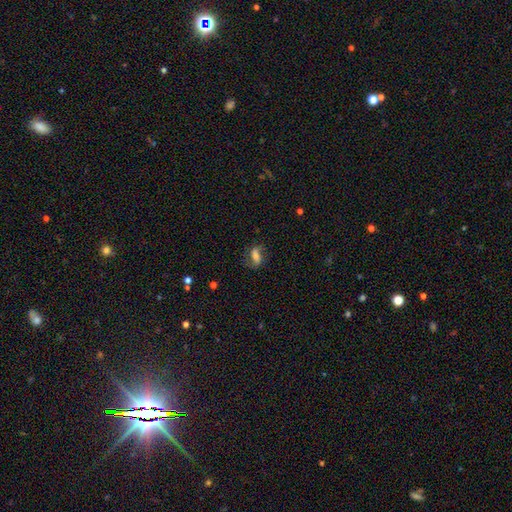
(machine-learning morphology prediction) The model was most divided on "smooth or featured": smooth: 50%, featured or disk: 39%, star or artifact: 11%. More confident: how rounded — in between (74%); merging — none (66%).